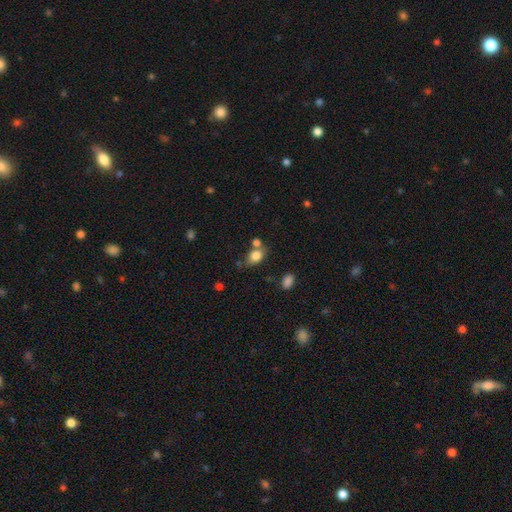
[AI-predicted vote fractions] Smooth or featured? smooth (82%)
How rounded? in between (71%)
Merging? none (56%)